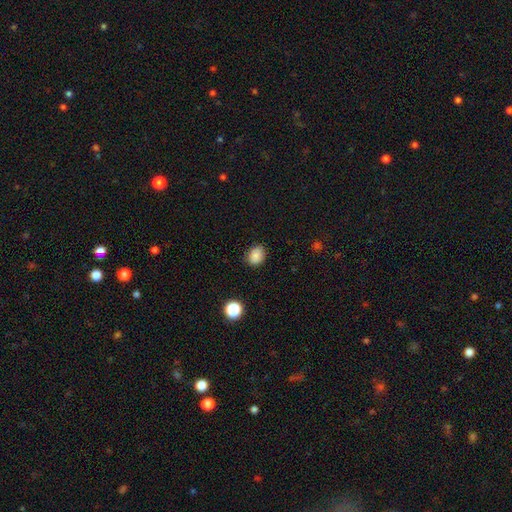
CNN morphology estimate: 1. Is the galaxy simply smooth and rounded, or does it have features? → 85% smooth, 10% star or artifact, 5% featured or disk.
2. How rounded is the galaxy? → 55% in between, 45% round, 1% cigar-shaped.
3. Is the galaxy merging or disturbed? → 81% none, 15% minor disturbance, 3% major disturbance, 1% merger.